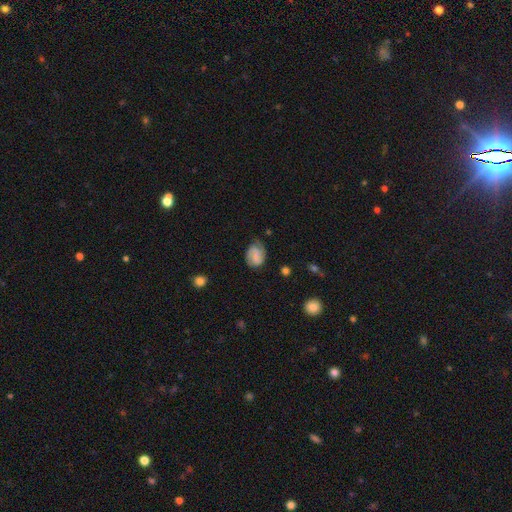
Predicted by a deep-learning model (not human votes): Morphology: type=smooth (60%); roundness=in between (68%); merging=none (54%).